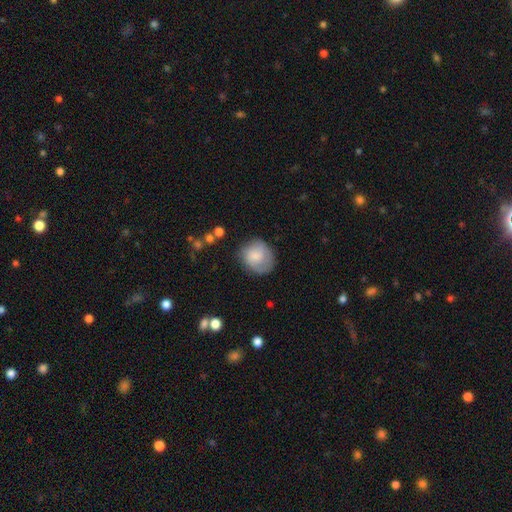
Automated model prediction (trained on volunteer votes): Smooth or featured? smooth (70%)
How rounded? round (73%)
Merging? none (63%)